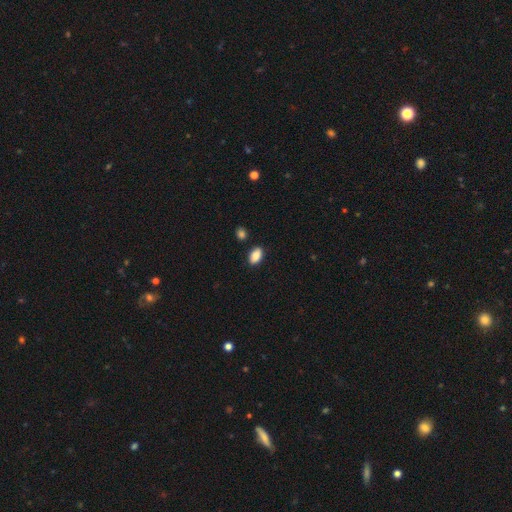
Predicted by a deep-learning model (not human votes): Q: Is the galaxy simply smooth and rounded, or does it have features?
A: smooth — 89%.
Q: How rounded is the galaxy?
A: in between — 91%.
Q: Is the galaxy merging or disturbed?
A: none — 84%.